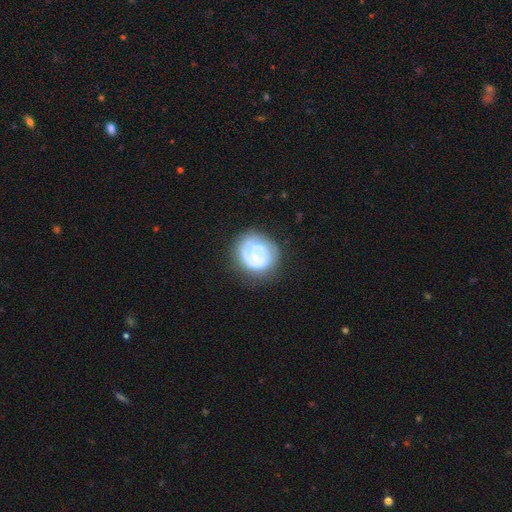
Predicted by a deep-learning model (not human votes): Smooth or featured?
  - featured or disk: 61% *
  - smooth: 33%
  - star or artifact: 6%
Edge-on disk?
  - no: 98% *
  - yes: 2%
Bar?
  - no: 75% *
  - weak: 19%
  - strong: 6%
Spiral arms?
  - yes: 51% *
  - no: 49%
Bulge size?
  - small: 50% *
  - moderate: 33%
  - none: 10%
  - large: 5%
  - dominant: 2%
Merging?
  - none: 61% *
  - minor disturbance: 23%
  - major disturbance: 14%
  - merger: 3%